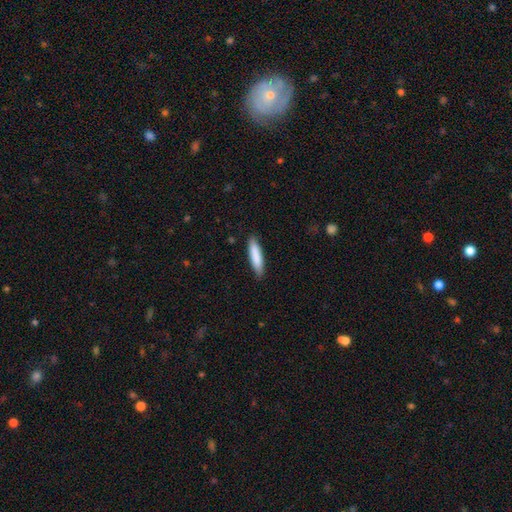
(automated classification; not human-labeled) Smooth or featured? smooth (85%)
How rounded? cigar-shaped (79%)
Merging? none (87%)